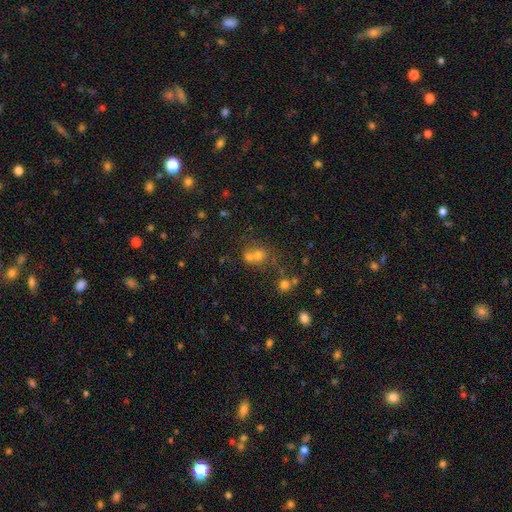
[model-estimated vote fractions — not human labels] Smooth or featured: smooth — 65% (star or artifact — 20%)
How rounded: round — 72% (in between — 27%)
Merging: merger — 51% (none — 36%)